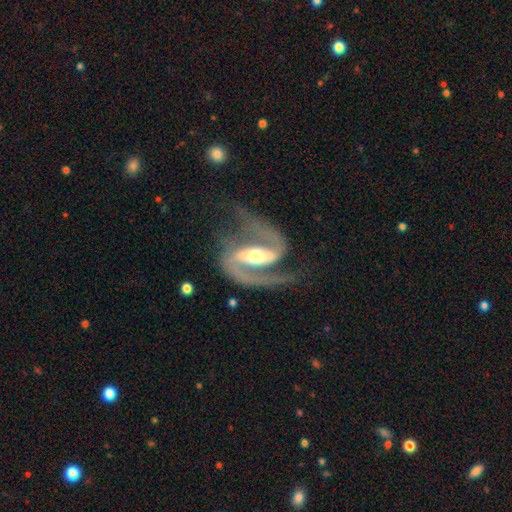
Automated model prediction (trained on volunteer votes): A featured or disk galaxy (93%) with a strong bar (62%), 2 (93%) medium (58%) spiral arms (98%) and a moderate central bulge (69%).

Vote fractions:
- Smooth or featured? featured or disk: 93% / star or artifact: 3% / smooth: 3%
- Edge-on disk? no: 97% / yes: 3%
- Bar? strong: 62% / weak: 26% / no: 11%
- Spiral arms? yes: 98% / no: 2%
- Spiral winding? medium: 58% / loose: 23% / tight: 19%
- Spiral arm count? 2: 93% / 1: 3% / can't tell: 1% / 3: 1% / 4: 1% / more than 4: 1%
- Bulge size? moderate: 69% / small: 16% / large: 13% / dominant: 1% / none: 1%
- Merging? none: 67% / minor disturbance: 16% / major disturbance: 15% / merger: 2%